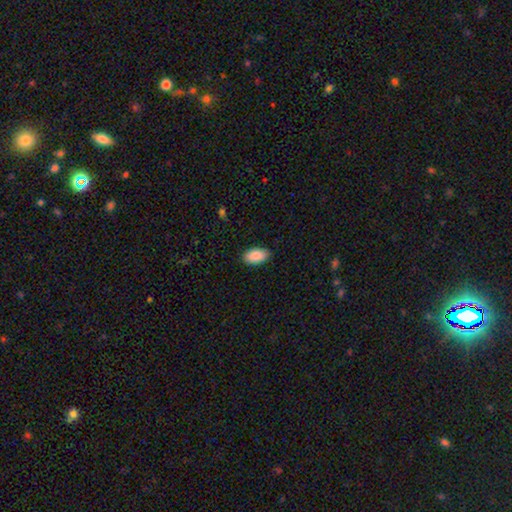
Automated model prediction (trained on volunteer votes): smooth_or_featured: smooth (p=0.89) [alt: star or artifact p=0.06]
how_rounded: in between (p=0.95) [alt: round p=0.03]
merging: none (p=0.86) [alt: minor disturbance p=0.11]